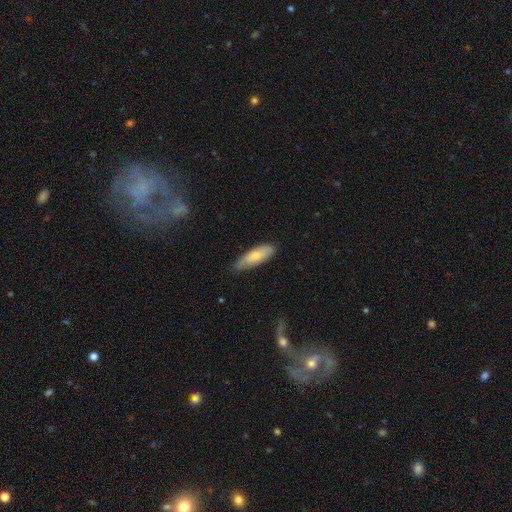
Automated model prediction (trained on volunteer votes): A smooth galaxy with no disk features (73%) that is in between round and cigar-shaped (61%). Merging: none (66%).